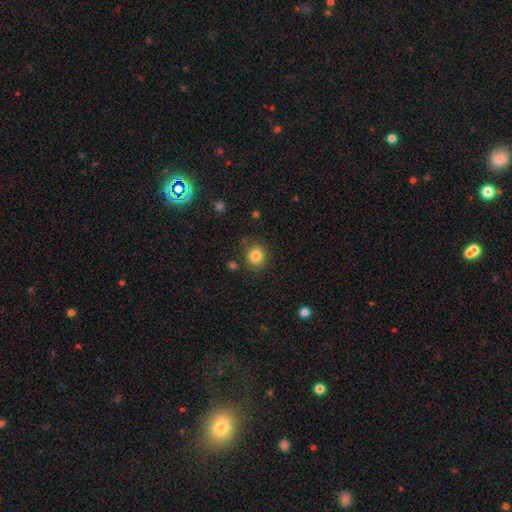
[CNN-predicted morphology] Smooth or featured: smooth — 84% (star or artifact — 11%)
How rounded: round — 88% (in between — 11%)
Merging: none — 84% (minor disturbance — 10%)